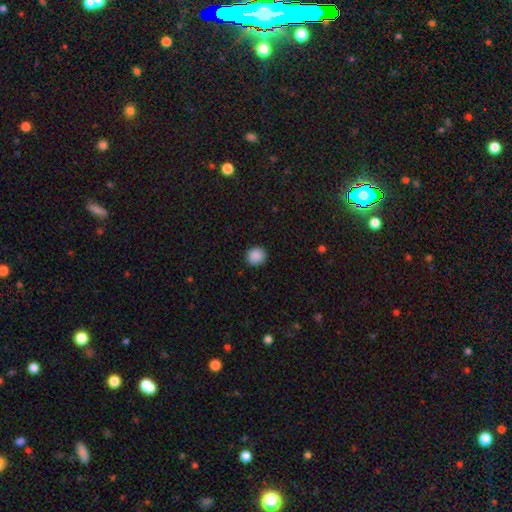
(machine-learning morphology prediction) Smooth or featured? smooth (89%)
How rounded? round (88%)
Merging? none (91%)